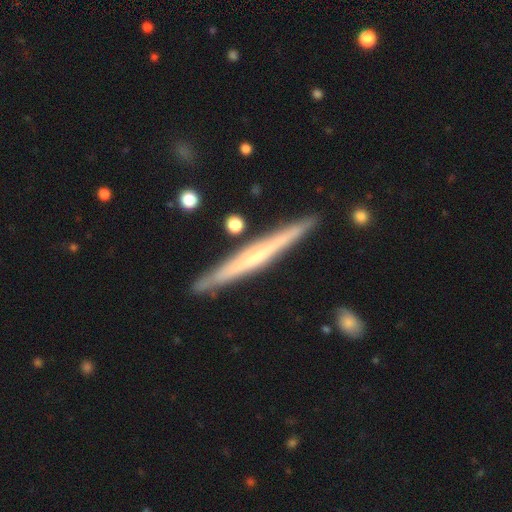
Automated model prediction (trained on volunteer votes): The model was most divided on "smooth or featured": featured or disk: 65%, smooth: 29%, star or artifact: 5%. More confident: edge-on disk — yes (97%); merging — none (88%); edge-on bulge — none (64%).